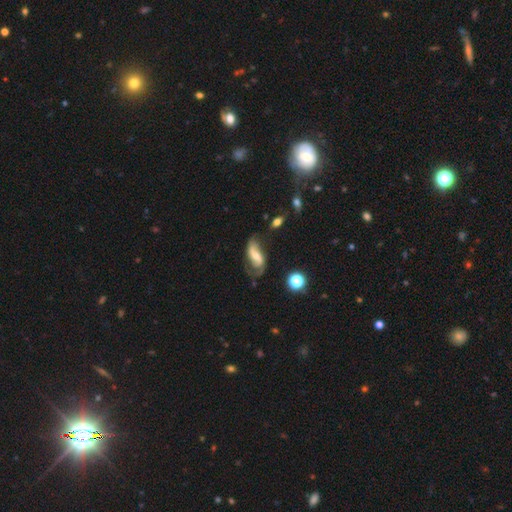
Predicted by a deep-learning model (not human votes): Overall: featured or disk (71%). Edge-on disk: no (93%). Bar: weak (41%; strong 35%). Spiral arms: yes (89%). Spiral arm count: 2 (80%). Spiral winding: loose (52%; medium 34%). Bulge size: moderate (39%; small 36%). Merging: none (51%; minor disturbance 25%).